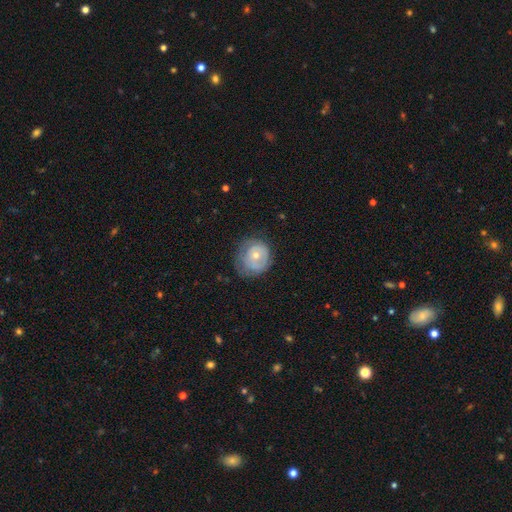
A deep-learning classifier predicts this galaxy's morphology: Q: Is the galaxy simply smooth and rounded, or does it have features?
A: smooth — 49%.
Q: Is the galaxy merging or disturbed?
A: none — 57%.